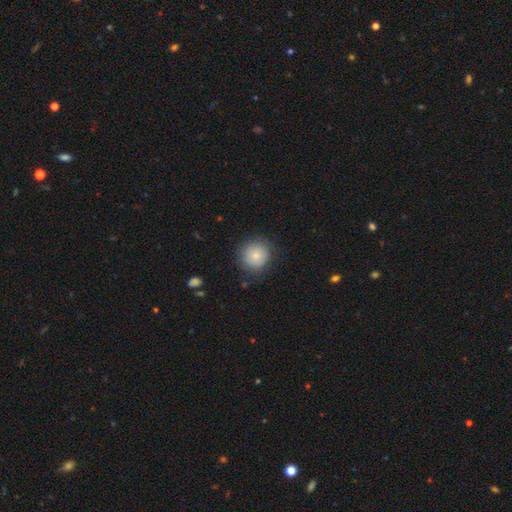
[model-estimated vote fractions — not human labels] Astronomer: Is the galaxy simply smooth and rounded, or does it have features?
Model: smooth — 81%.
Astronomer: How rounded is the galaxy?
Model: round — 93%.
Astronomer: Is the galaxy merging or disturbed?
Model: none — 83%.